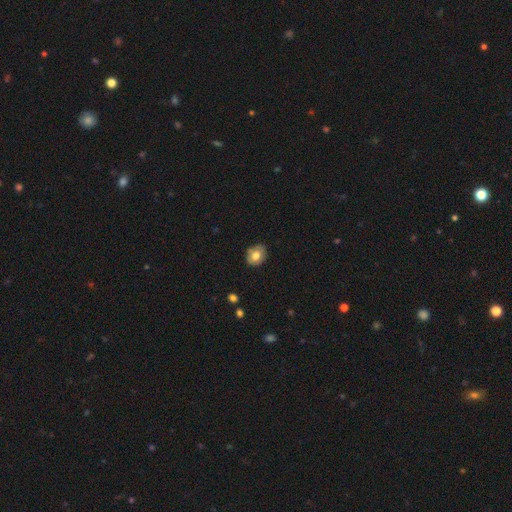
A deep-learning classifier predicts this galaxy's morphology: Overall: smooth (70%). How rounded: round (50%; in between 49%). Merging: none (78%).